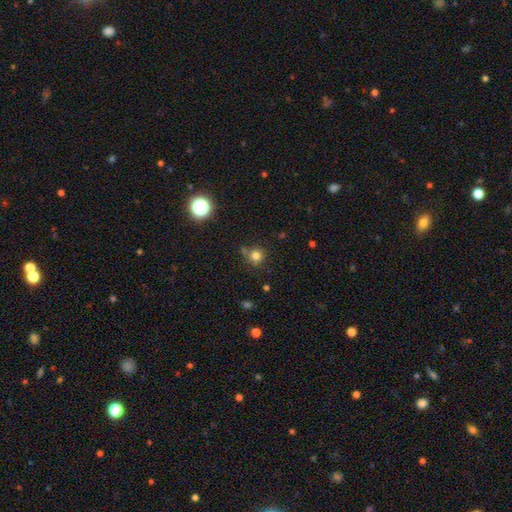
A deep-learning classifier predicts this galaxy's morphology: Smooth or featured? Predicted: smooth (p=0.77). How rounded? Predicted: round (p=0.90). Merging? Predicted: none (p=0.70).